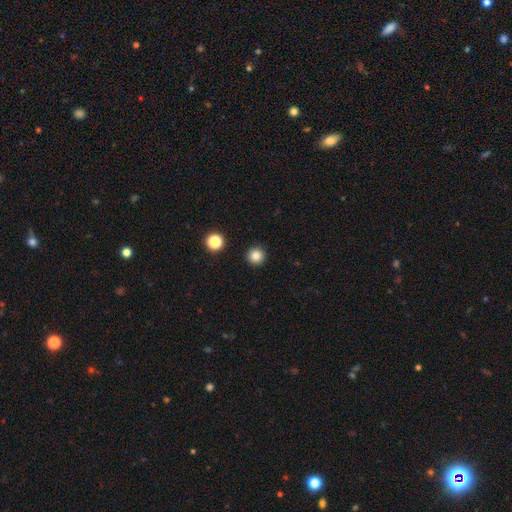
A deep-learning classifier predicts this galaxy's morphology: smooth_or_featured: smooth (p=0.83) [alt: star or artifact p=0.12]
how_rounded: round (p=0.96) [alt: in between p=0.03]
merging: none (p=0.93) [alt: minor disturbance p=0.04]